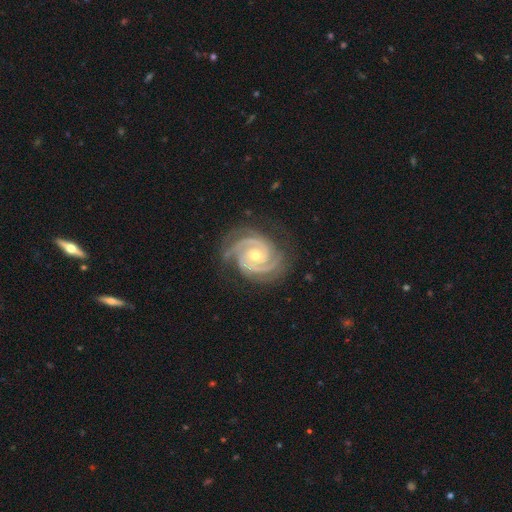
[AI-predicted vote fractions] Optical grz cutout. It shows a featured or disk galaxy (94%) with no bar (65%), 2 (59%) tight (77%) spiral arms (99%) and a moderate central bulge (50%). Merging: none (78%).